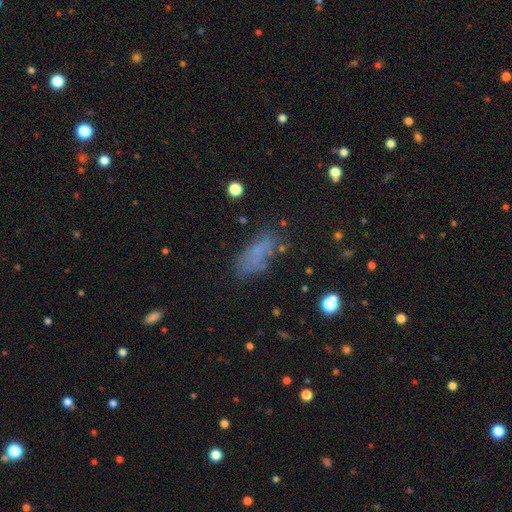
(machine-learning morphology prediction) smooth-or-featured: smooth: 65% | featured or disk: 20% | star or artifact: 16%
  how-rounded: in between: 76% | cigar-shaped: 20% | round: 4%
  merging: none: 59% | minor disturbance: 22% | major disturbance: 14% | merger: 5%